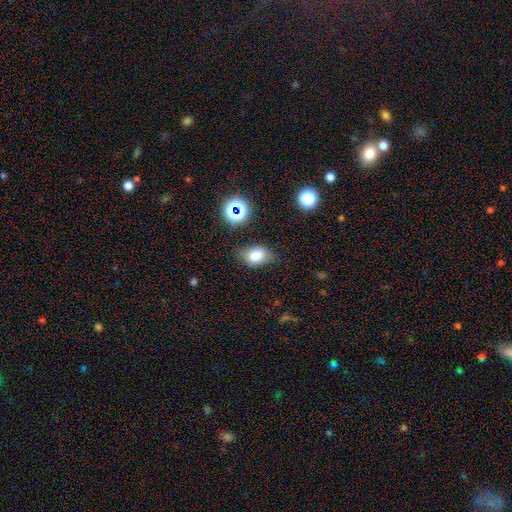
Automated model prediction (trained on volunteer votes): Q: Smooth or featured?
A: smooth (76%); runner-up: star or artifact (13%)
Q: How rounded?
A: in between (76%); runner-up: round (22%)
Q: Merging?
A: none (71%); runner-up: minor disturbance (21%)